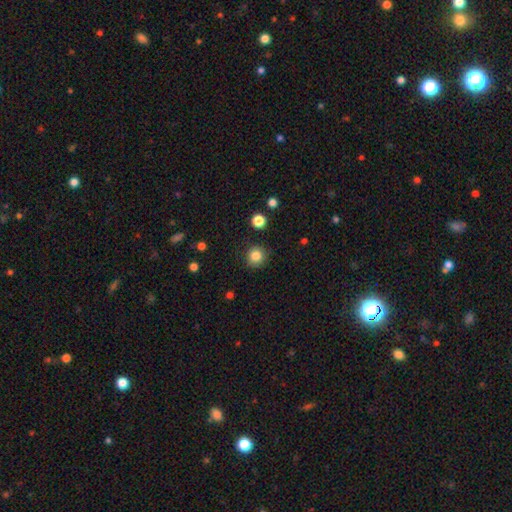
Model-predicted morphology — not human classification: smooth 84%, star or artifact 11%, featured or disk 5%. Down the decision tree: how rounded — round (93%); merging — none (90%).